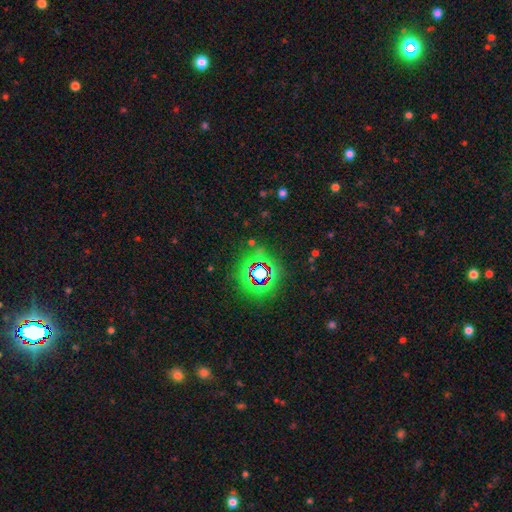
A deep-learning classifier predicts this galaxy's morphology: Smooth or featured? star or artifact (61%)